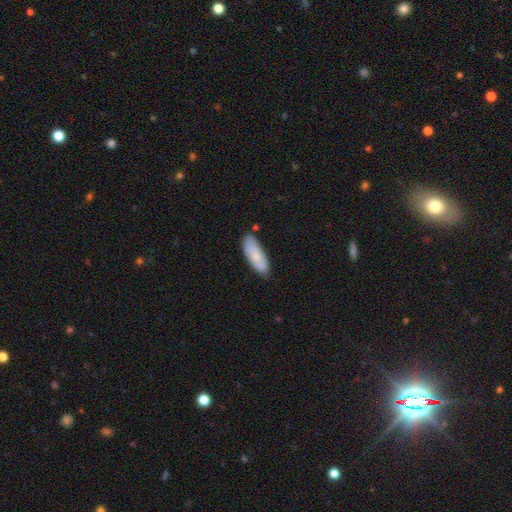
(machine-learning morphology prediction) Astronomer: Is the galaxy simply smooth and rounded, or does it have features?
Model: smooth — 75%.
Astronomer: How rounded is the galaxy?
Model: in between — 64%.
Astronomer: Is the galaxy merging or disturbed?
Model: none — 77%.